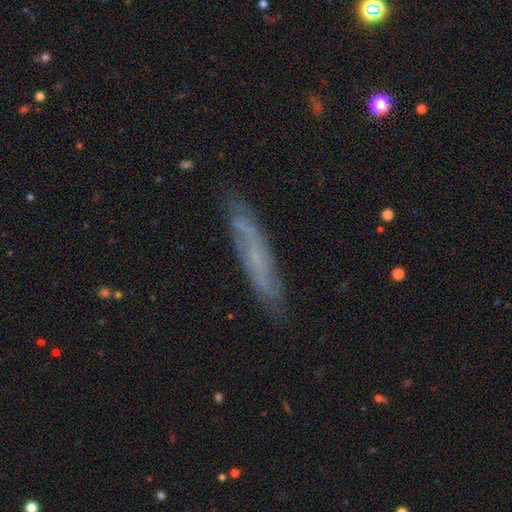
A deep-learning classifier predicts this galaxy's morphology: A featured or disk galaxy (56%) viewed edge-on (56%). Merging: none (80%).